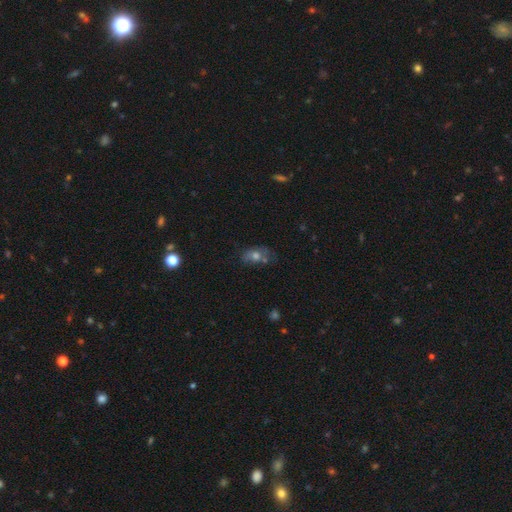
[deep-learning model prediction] Overall: smooth (53%; featured or disk 28%). How rounded: in between (74%). Merging: none (49%; minor disturbance 25%).